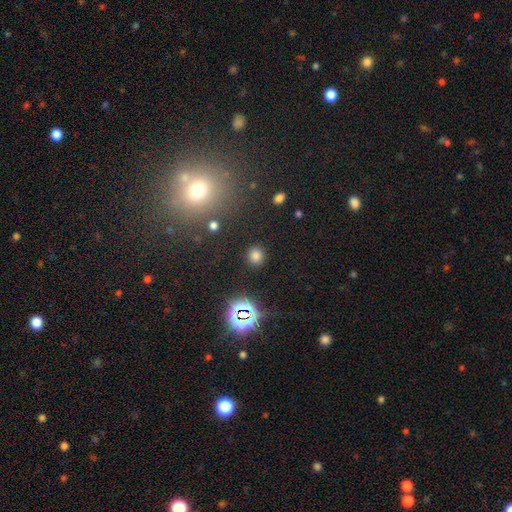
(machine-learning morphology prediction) Q: Smooth or featured?
A: smooth (75%); runner-up: star or artifact (20%)
Q: How rounded?
A: round (88%); runner-up: in between (11%)
Q: Merging?
A: none (89%); runner-up: minor disturbance (7%)